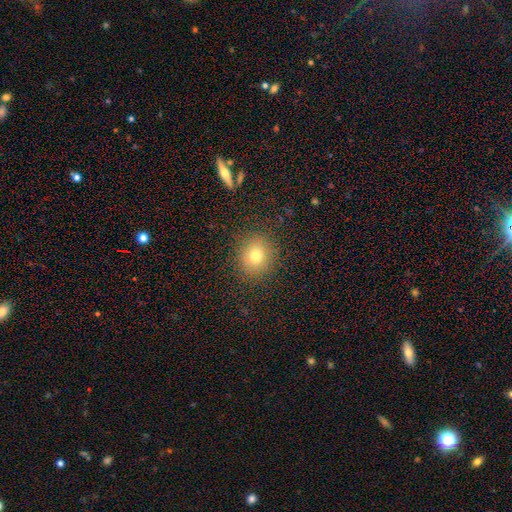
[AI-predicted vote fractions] Smooth or featured? Predicted: smooth (p=0.76). How rounded? Predicted: round (p=0.77). Merging? Predicted: none (p=0.88).